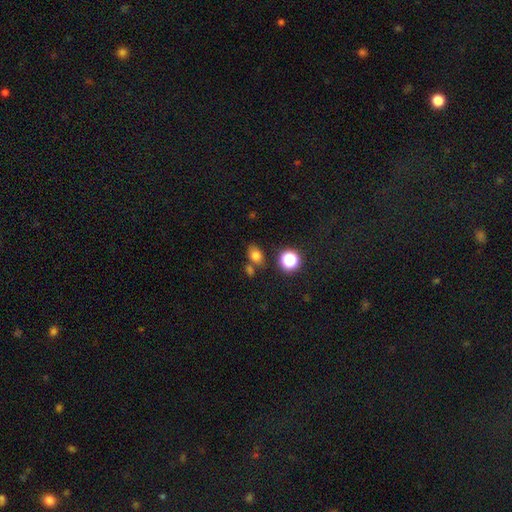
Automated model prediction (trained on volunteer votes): smooth_or_featured: smooth (p=0.76) [alt: star or artifact p=0.16]
how_rounded: in between (p=0.66) [alt: round p=0.33]
merging: none (p=0.66) [alt: merger p=0.16]